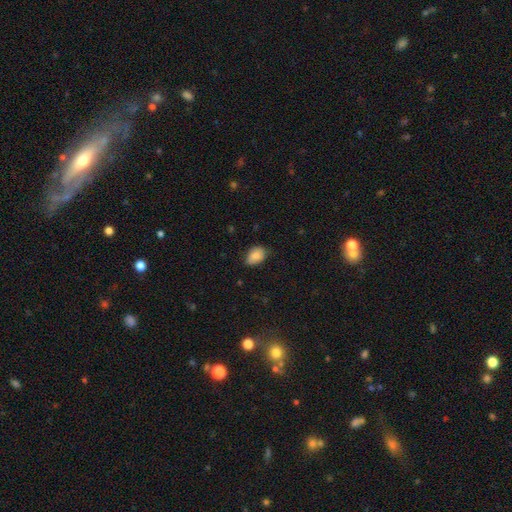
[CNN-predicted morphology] Smooth or featured?
  - smooth: 83% *
  - featured or disk: 10%
  - star or artifact: 7%
How rounded?
  - in between: 80% *
  - round: 19%
  - cigar-shaped: 1%
Merging?
  - none: 74% *
  - minor disturbance: 22%
  - major disturbance: 3%
  - merger: 1%